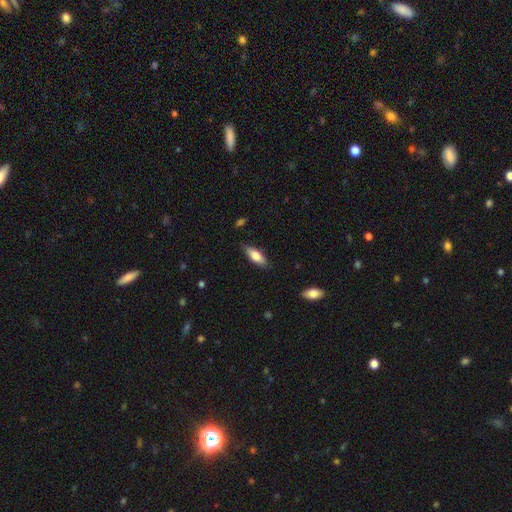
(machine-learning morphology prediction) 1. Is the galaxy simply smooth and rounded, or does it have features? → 69% smooth, 25% featured or disk, 6% star or artifact.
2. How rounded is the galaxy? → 63% in between, 35% cigar-shaped, 2% round.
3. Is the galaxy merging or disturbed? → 83% none, 13% minor disturbance, 2% major disturbance, 1% merger.